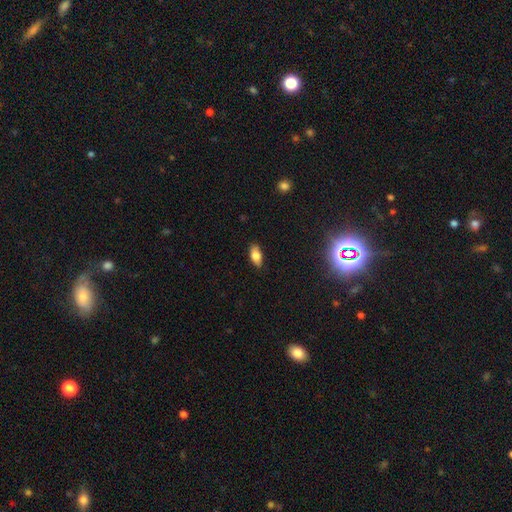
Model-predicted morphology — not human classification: smooth-or-featured: smooth: 77% | featured or disk: 15% | star or artifact: 8%
  how-rounded: in between: 87% | cigar-shaped: 9% | round: 3%
  merging: none: 85% | minor disturbance: 12% | major disturbance: 2% | merger: 1%